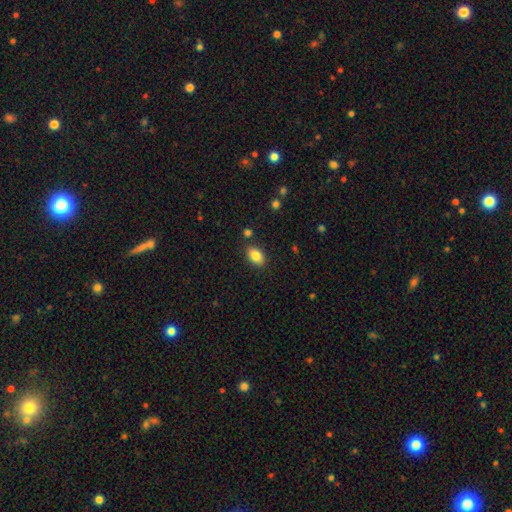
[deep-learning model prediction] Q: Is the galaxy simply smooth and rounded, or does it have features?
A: smooth — 84%.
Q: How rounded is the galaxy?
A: in between — 87%.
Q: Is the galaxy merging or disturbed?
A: none — 84%.